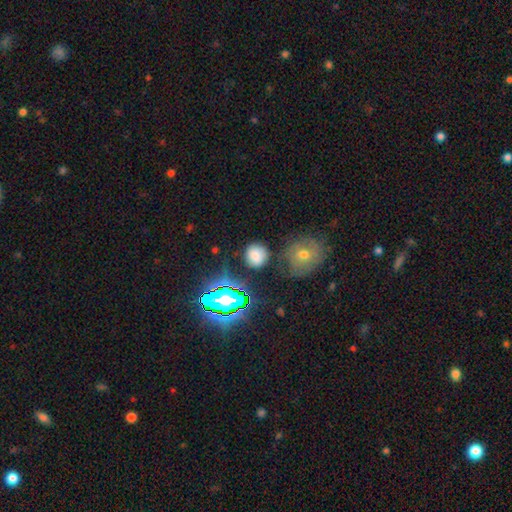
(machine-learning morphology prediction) A smooth galaxy with no disk features (73%) that is round (84%). Merging: none (77%).